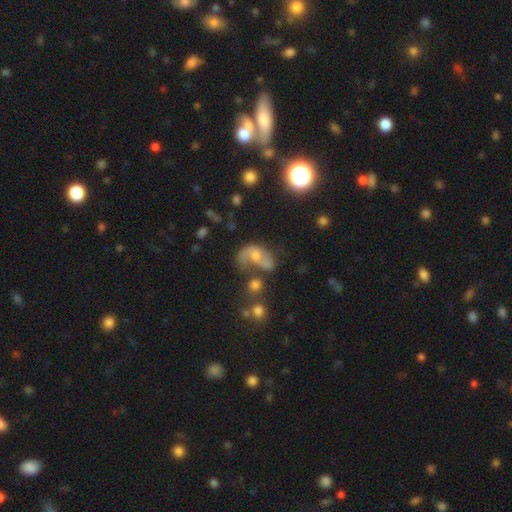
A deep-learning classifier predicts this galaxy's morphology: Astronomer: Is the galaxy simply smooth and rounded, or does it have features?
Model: featured or disk — 64%.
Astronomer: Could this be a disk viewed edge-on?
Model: no — 97%.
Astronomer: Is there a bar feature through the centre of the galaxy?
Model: no — 61%.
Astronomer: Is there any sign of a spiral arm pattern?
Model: yes — 80%.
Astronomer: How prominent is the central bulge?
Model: moderate — 49% (runner-up: small, 35%).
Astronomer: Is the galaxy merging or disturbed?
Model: none — 31% (runner-up: major disturbance, 30%).